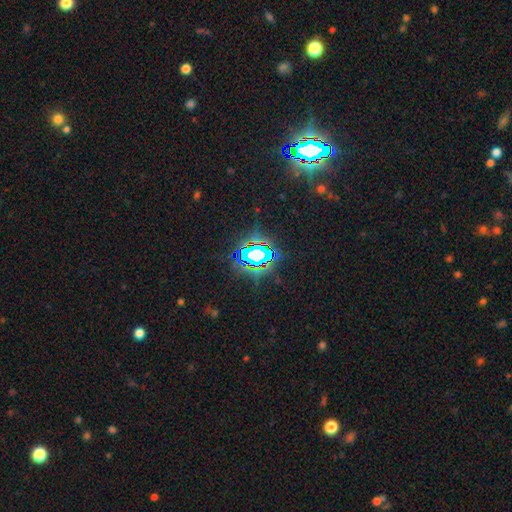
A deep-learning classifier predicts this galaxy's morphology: Smooth or featured? Predicted: star or artifact (p=0.75).